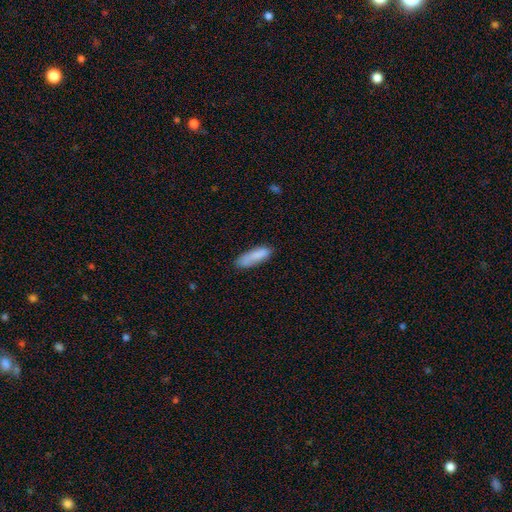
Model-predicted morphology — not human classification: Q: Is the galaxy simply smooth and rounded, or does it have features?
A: smooth — 83%.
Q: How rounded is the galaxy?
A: cigar-shaped — 54%.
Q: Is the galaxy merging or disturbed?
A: none — 73%.